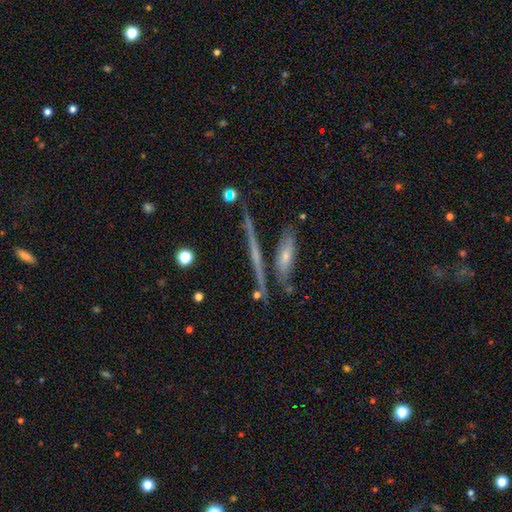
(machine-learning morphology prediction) type=featured or disk (62%); edge-on=yes (92%); edge-on bulge=none (62%); merging=none (76%).